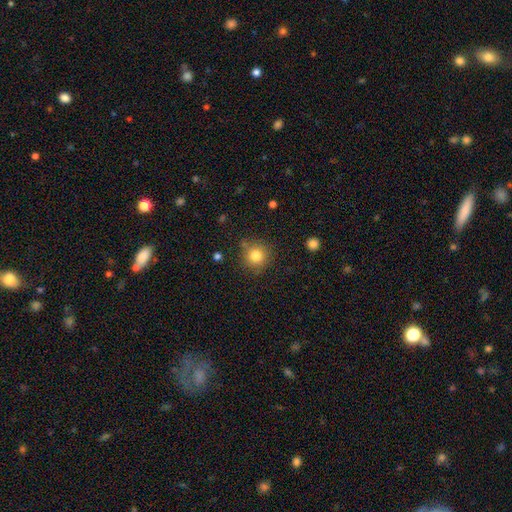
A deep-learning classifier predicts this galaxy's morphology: A smooth galaxy with no disk features (81%) that is round (93%). Merging: none (82%).